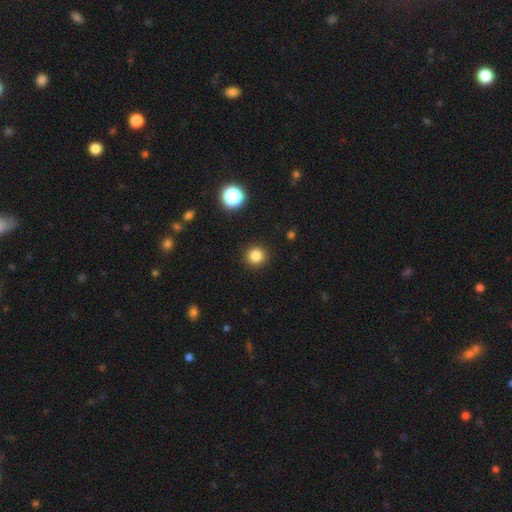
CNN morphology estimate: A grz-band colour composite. It shows a smooth galaxy with no disk features (83%) that is round (94%). Merging: none (92%).